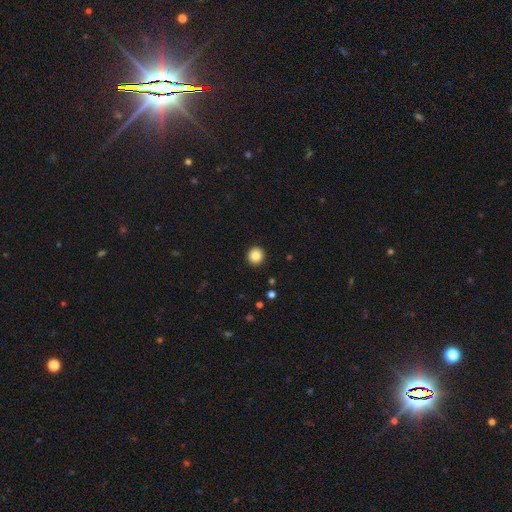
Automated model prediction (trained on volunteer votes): Morphology: type=smooth (85%); roundness=round (94%); merging=none (93%).